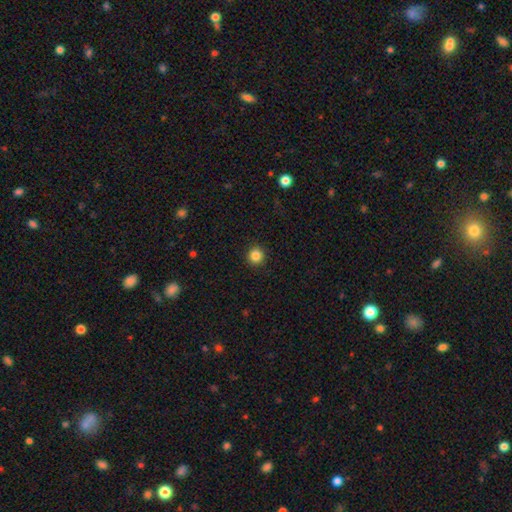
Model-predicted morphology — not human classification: Smooth or featured? Predicted: smooth (p=0.85). How rounded? Predicted: round (p=0.94). Merging? Predicted: none (p=0.93).